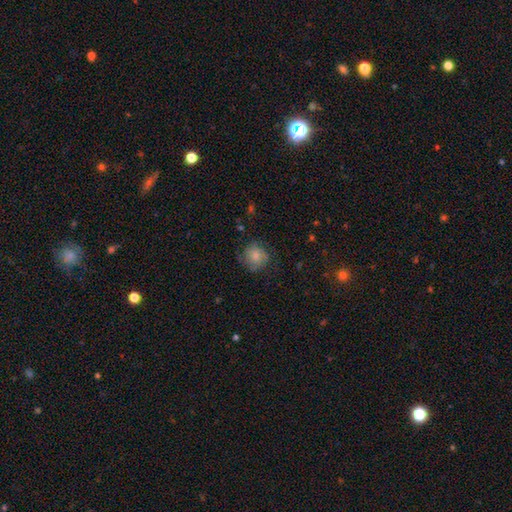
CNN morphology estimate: Smooth or featured? smooth (73%)
How rounded? round (88%)
Merging? none (72%)